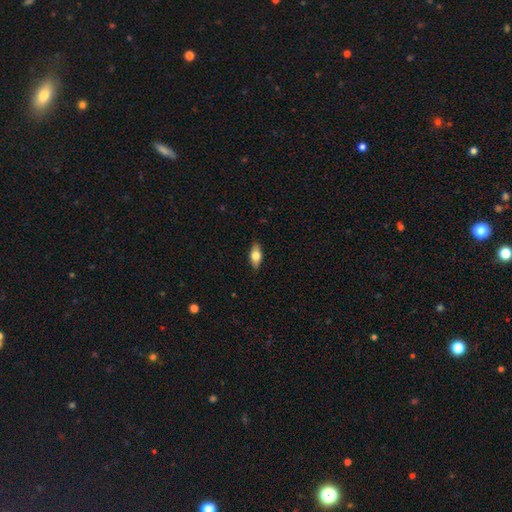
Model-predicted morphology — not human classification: This is likely a smooth galaxy (66%). How rounded: clearly in between (81%). Merging: clearly none (88%).